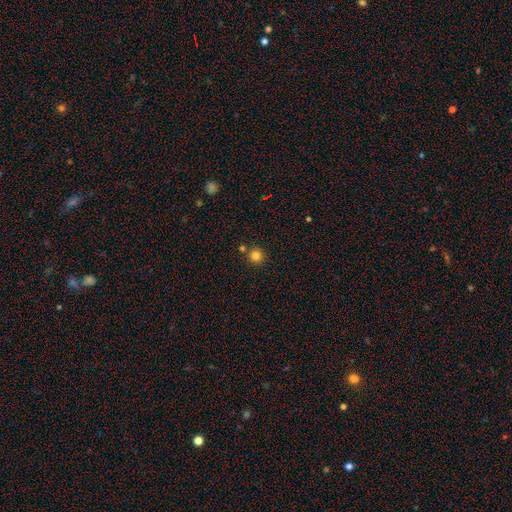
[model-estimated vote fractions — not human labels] smooth 81%, star or artifact 13%, featured or disk 5%. Down the decision tree: how rounded — round (94%); merging — none (81%).